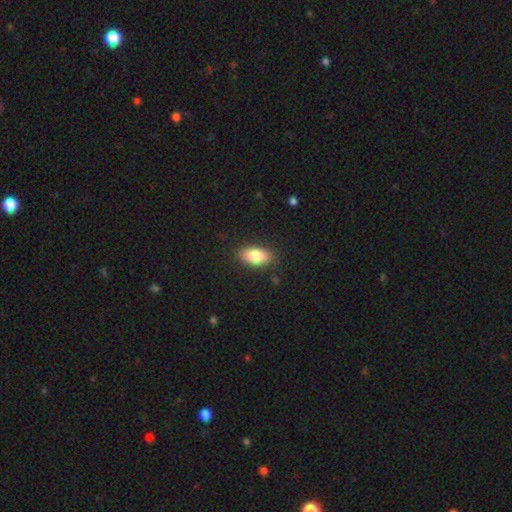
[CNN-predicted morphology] Smooth or featured? Predicted: smooth (p=0.83). How rounded? Predicted: in between (p=0.89). Merging? Predicted: none (p=0.86).